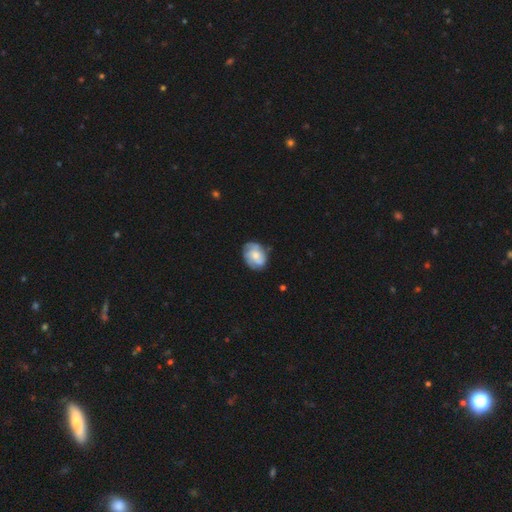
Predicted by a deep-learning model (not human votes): smooth-or-featured: featured or disk: 51% | smooth: 42% | star or artifact: 7%
  disk-edge-on: no: 97% | yes: 3%
  merging: none: 68% | minor disturbance: 24% | major disturbance: 7% | merger: 2%